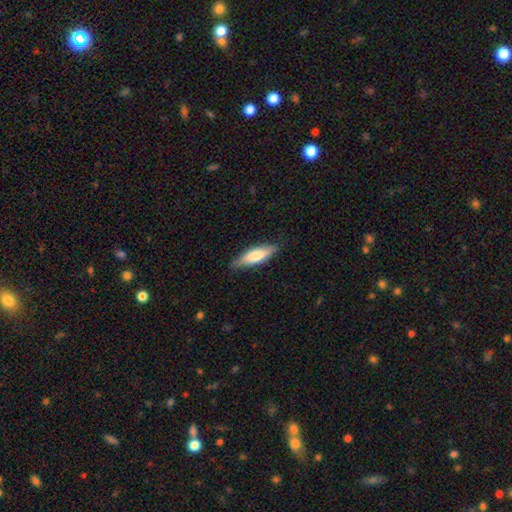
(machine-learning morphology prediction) Overall: smooth (69%). How rounded: cigar-shaped (54%; in between 44%). Merging: none (82%).